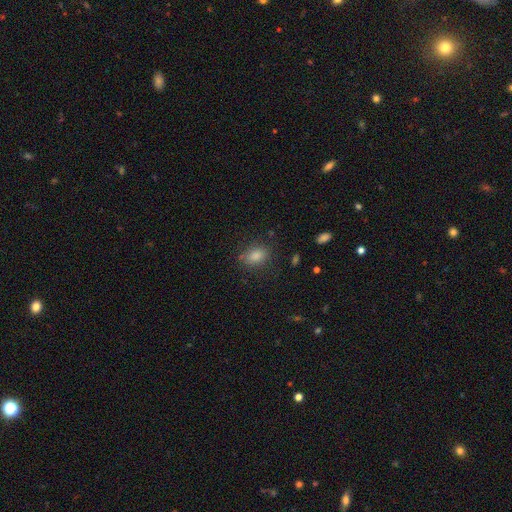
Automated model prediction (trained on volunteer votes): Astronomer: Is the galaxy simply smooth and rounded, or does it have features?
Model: smooth — 79%.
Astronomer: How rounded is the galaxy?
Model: in between — 63%.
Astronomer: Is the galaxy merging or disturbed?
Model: none — 83%.